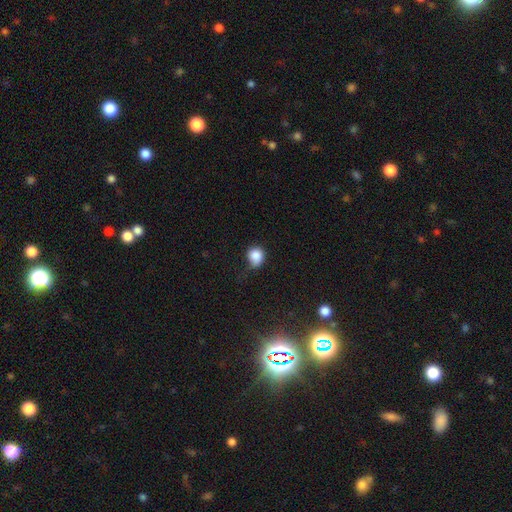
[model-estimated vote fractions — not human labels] A smooth galaxy with no disk features (84%) that is round (75%).

Vote fractions:
- Smooth or featured? smooth: 84% / star or artifact: 10% / featured or disk: 6%
- How rounded? round: 75% / in between: 24% / cigar-shaped: 1%
- Merging? none: 44% / minor disturbance: 38% / major disturbance: 15% / merger: 3%